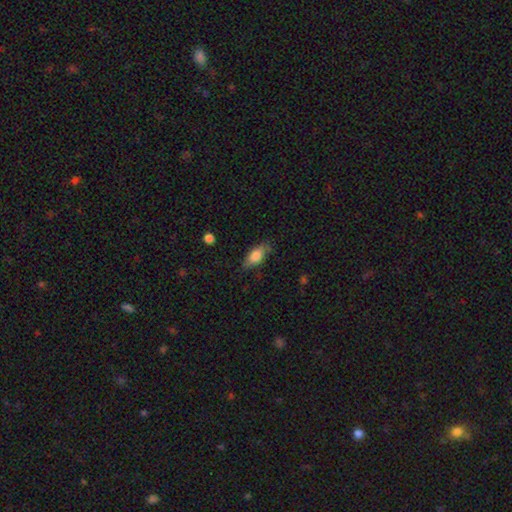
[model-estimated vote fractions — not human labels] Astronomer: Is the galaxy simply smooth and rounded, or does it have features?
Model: smooth — 77%.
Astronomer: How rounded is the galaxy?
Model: in between — 80%.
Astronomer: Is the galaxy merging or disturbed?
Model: none — 74%.